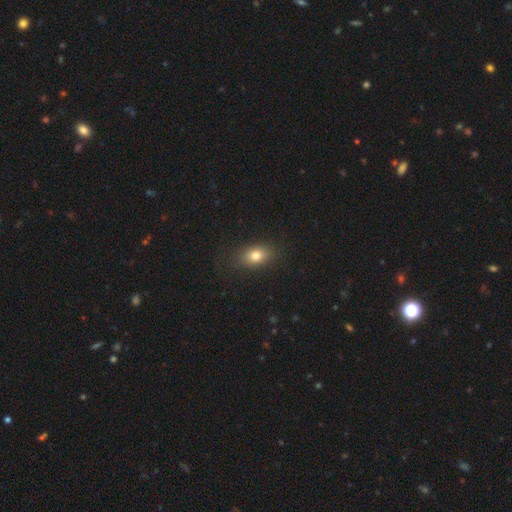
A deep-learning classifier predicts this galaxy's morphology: Smooth or featured? smooth (77%)
How rounded? in between (74%)
Merging? none (85%)